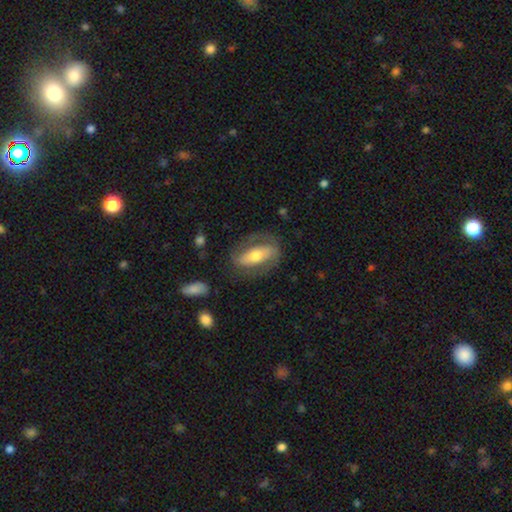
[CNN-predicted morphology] featured or disk 62%, smooth 32%, star or artifact 6%. Down the decision tree: edge-on disk — no (86%); bar — strong (48%); spiral arms — yes (63%); bulge size — moderate (64%); merging — none (69%).